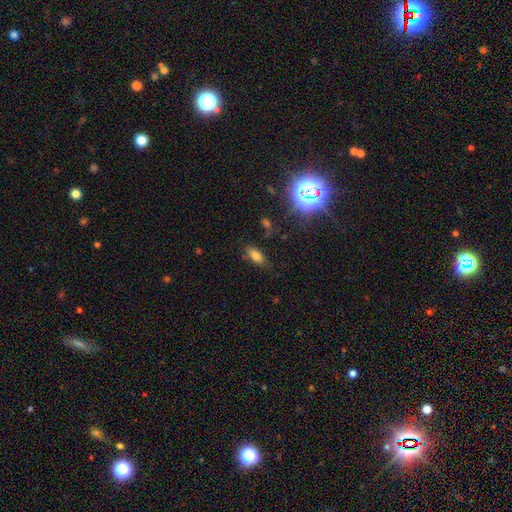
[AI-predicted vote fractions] smooth_or_featured: smooth (p=0.74) [alt: star or artifact p=0.15]
how_rounded: in between (p=0.83) [alt: cigar-shaped p=0.13]
merging: none (p=0.77) [alt: minor disturbance p=0.16]